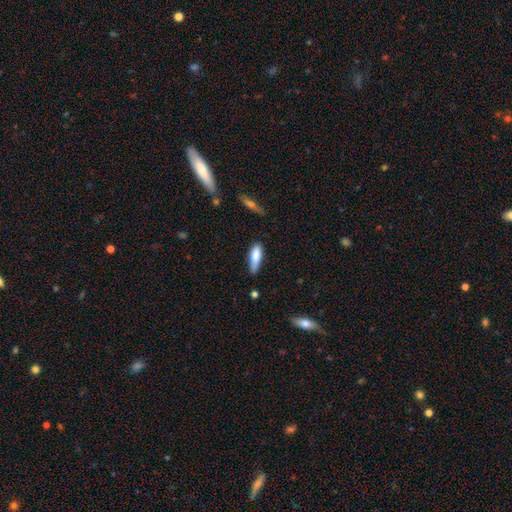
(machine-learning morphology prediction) Overall: smooth (79%). How rounded: in between (55%; cigar-shaped 43%). Merging: none (56%; minor disturbance 34%).